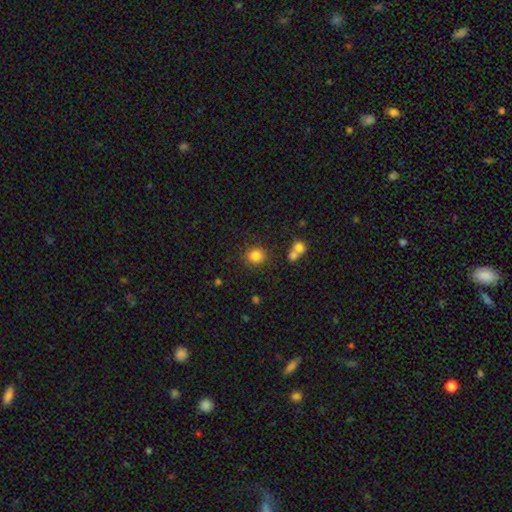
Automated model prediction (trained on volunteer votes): Q: Smooth or featured?
A: smooth (84%); runner-up: star or artifact (11%)
Q: How rounded?
A: round (86%); runner-up: in between (13%)
Q: Merging?
A: none (80%); runner-up: minor disturbance (10%)